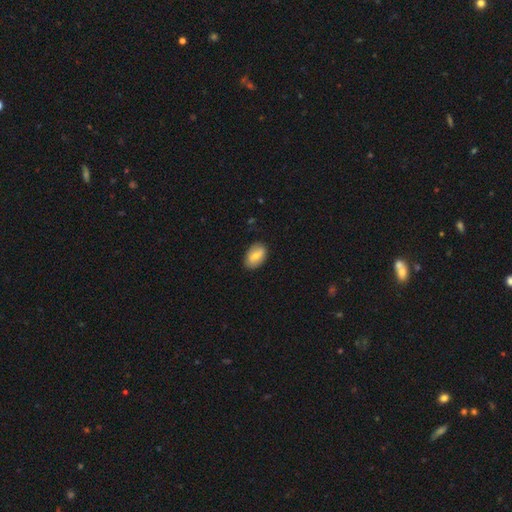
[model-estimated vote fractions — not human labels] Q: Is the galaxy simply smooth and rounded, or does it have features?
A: smooth — 70%.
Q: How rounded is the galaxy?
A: in between — 89%.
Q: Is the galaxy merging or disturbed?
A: none — 84%.